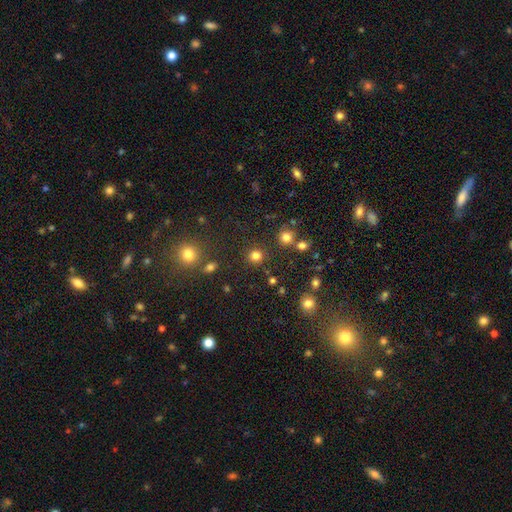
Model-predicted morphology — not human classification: Smooth or featured? Predicted: smooth (p=0.79). How rounded? Predicted: round (p=0.92). Merging? Predicted: none (p=0.87).